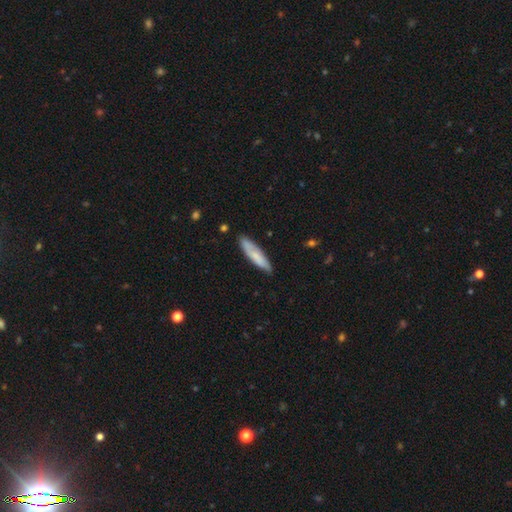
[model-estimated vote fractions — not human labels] This is likely a smooth galaxy (68%). How rounded: likely cigar-shaped (77%). Merging: likely none (80%).